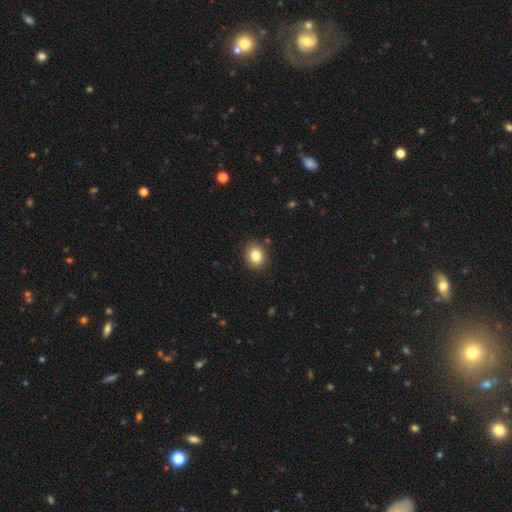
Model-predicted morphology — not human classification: Smooth or featured? Predicted: smooth (p=0.83). How rounded? Predicted: round (p=0.61). Merging? Predicted: none (p=0.88).